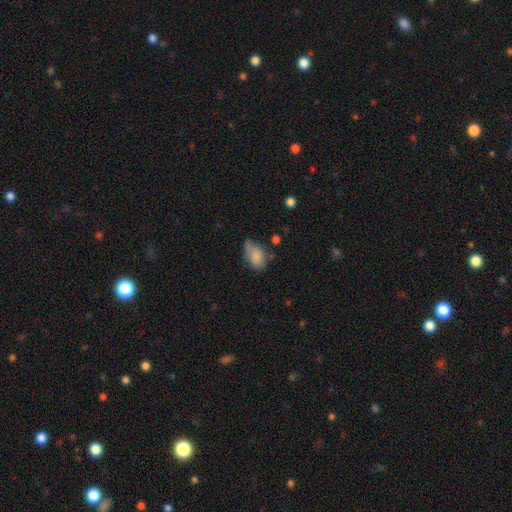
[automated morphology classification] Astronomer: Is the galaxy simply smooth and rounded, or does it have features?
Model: smooth — 79%.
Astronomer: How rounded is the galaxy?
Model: in between — 87%.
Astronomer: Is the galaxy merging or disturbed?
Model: none — 44% (runner-up: minor disturbance, 35%).